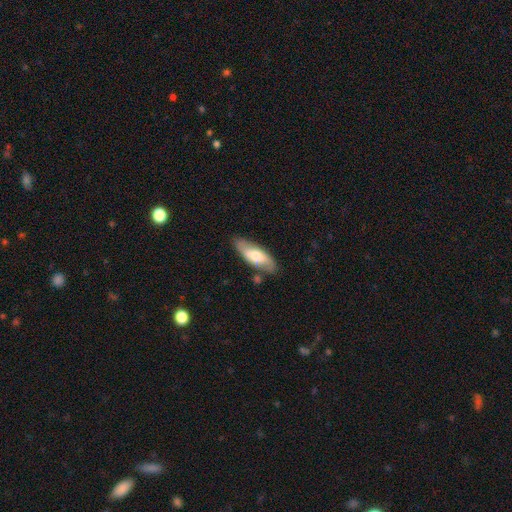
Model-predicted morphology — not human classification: Q: Smooth or featured?
A: smooth (56%); runner-up: featured or disk (38%)
Q: How rounded?
A: in between (72%); runner-up: cigar-shaped (26%)
Q: Merging?
A: none (76%); runner-up: minor disturbance (17%)